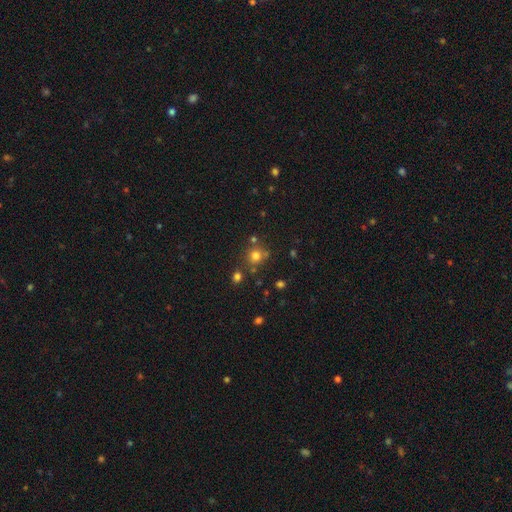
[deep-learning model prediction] Overall: smooth (73%). How rounded: round (88%). Merging: none (71%).